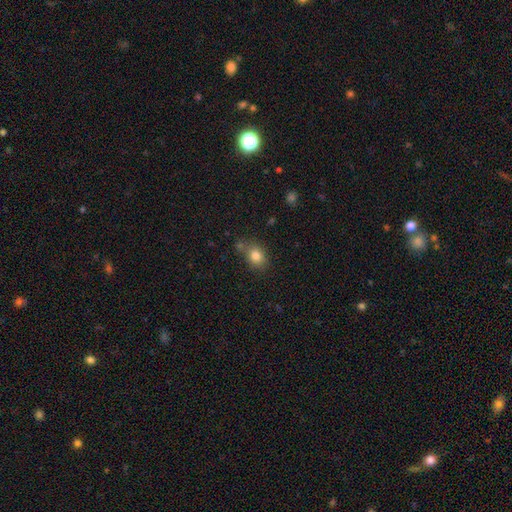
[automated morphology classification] Smooth or featured? smooth (81%)
How rounded? in between (54%)
Merging? none (66%)